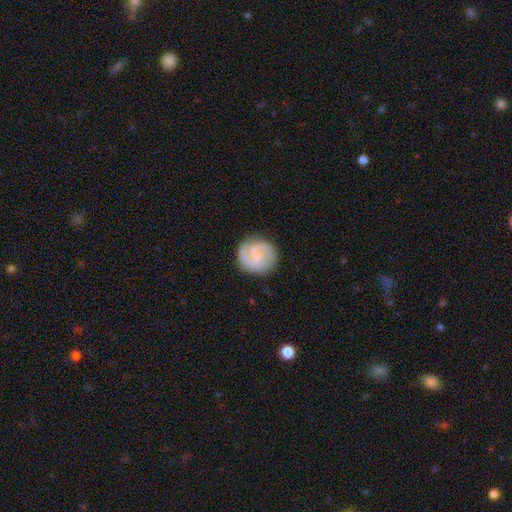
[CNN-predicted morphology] Smooth or featured?
  - featured or disk: 76% *
  - smooth: 19%
  - star or artifact: 5%
Edge-on disk?
  - no: 98% *
  - yes: 2%
Bar?
  - weak: 52% *
  - no: 37%
  - strong: 11%
Spiral arms?
  - yes: 95% *
  - no: 5%
Spiral winding?
  - medium: 51% *
  - tight: 29%
  - loose: 20%
Spiral arm count?
  - 2: 81% *
  - can't tell: 7%
  - 3: 6%
  - 1: 3%
  - 4: 2%
  - more than 4: 2%
Bulge size?
  - small: 44% *
  - none: 37%
  - moderate: 16%
  - large: 2%
  - dominant: 1%
Merging?
  - none: 82% *
  - minor disturbance: 12%
  - major disturbance: 5%
  - merger: 1%